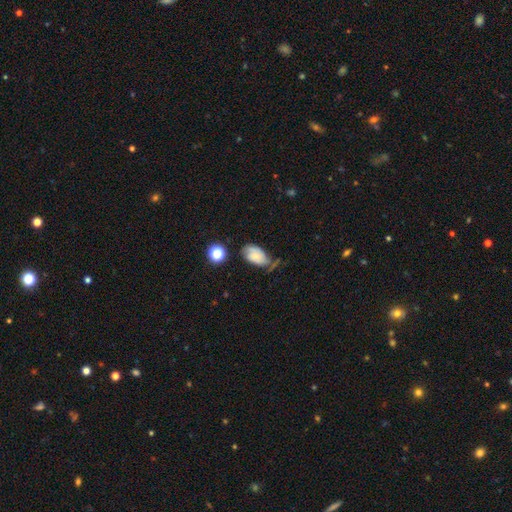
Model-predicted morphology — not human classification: type=smooth (52%); roundness=in between (89%); merging=none (39%).